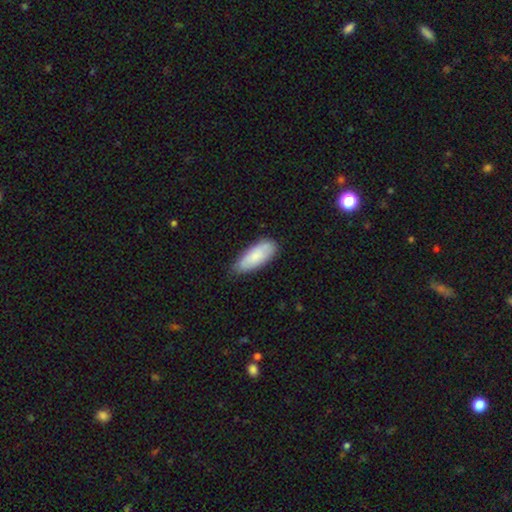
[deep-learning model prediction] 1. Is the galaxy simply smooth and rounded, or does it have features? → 80% smooth, 14% featured or disk, 6% star or artifact.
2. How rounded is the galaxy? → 80% in between, 18% cigar-shaped, 2% round.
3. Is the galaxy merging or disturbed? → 71% none, 24% minor disturbance, 3% major disturbance, 1% merger.